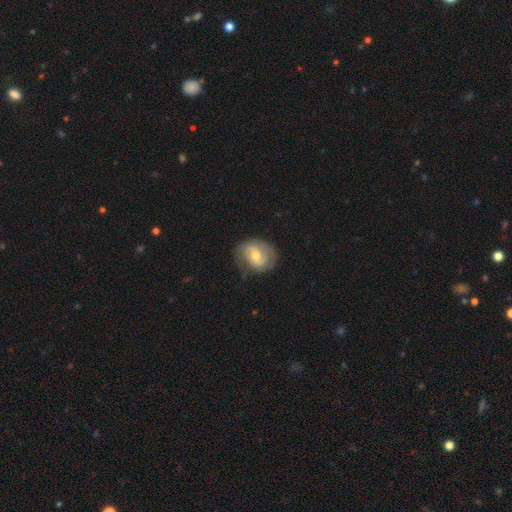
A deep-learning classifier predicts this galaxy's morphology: Smooth or featured? Predicted: featured or disk (p=0.59). Edge-on disk? Predicted: no (p=0.97). Bar? Predicted: no (p=0.48). Spiral arms? Predicted: yes (p=0.73). Bulge size? Predicted: moderate (p=0.66). Merging? Predicted: none (p=0.66).